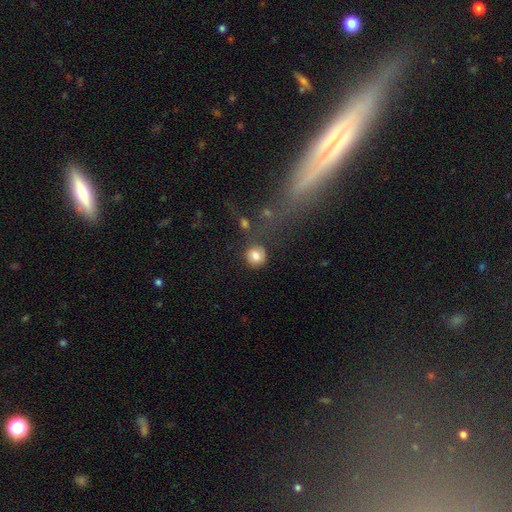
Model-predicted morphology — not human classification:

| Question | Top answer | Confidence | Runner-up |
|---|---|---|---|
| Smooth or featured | smooth | 81% | star or artifact (9%) |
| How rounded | round | 92% | in between (7%) |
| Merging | none | 76% | minor disturbance (12%) |